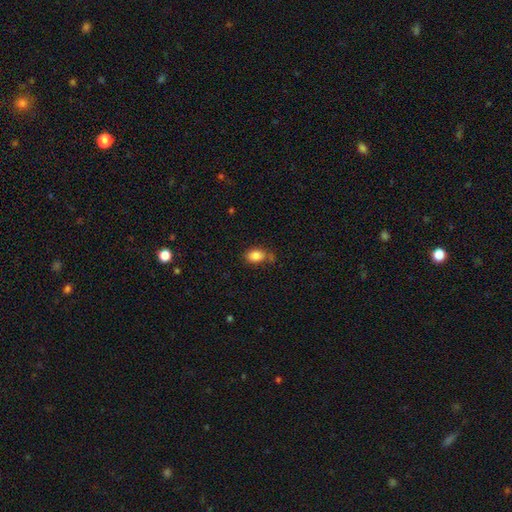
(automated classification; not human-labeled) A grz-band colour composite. It shows a smooth galaxy with no disk features (85%) that is in between round and cigar-shaped (84%). Merging: none (67%).